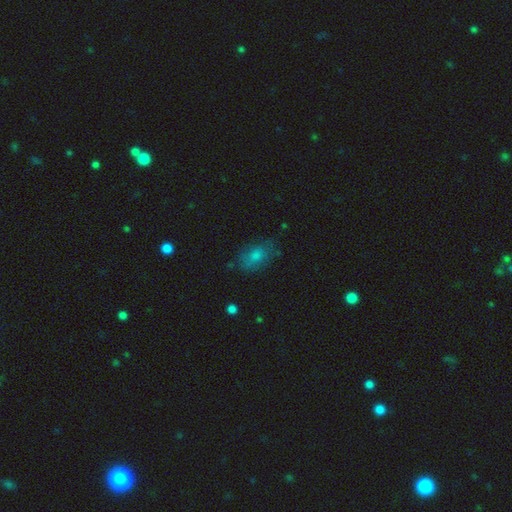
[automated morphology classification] Smooth or featured: smooth — 64% (featured or disk — 21%)
How rounded: in between — 80% (round — 18%)
Merging: none — 69% (minor disturbance — 21%)